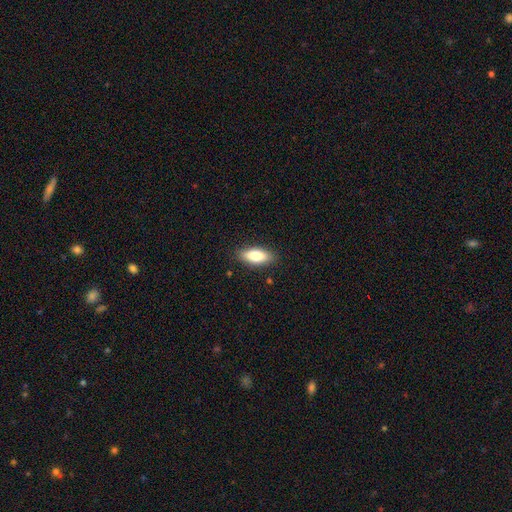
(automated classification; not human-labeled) smooth_or_featured: smooth (p=0.78) [alt: featured or disk p=0.16]
how_rounded: in between (p=0.79) [alt: cigar-shaped p=0.18]
merging: none (p=0.87) [alt: minor disturbance p=0.10]